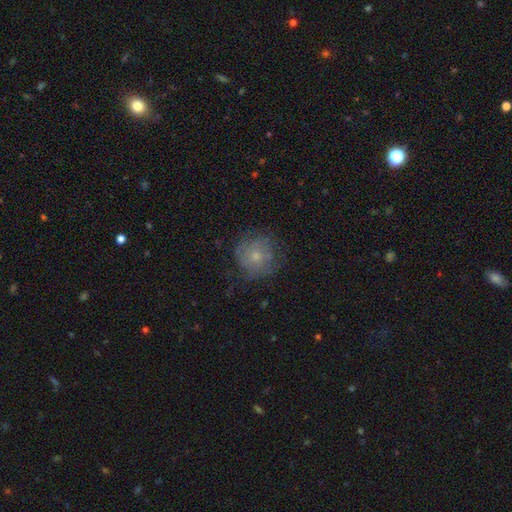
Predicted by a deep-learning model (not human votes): The model was most divided on "smooth or featured": smooth: 54%, featured or disk: 35%, star or artifact: 10%. More confident: how rounded — round (89%); merging — none (66%).